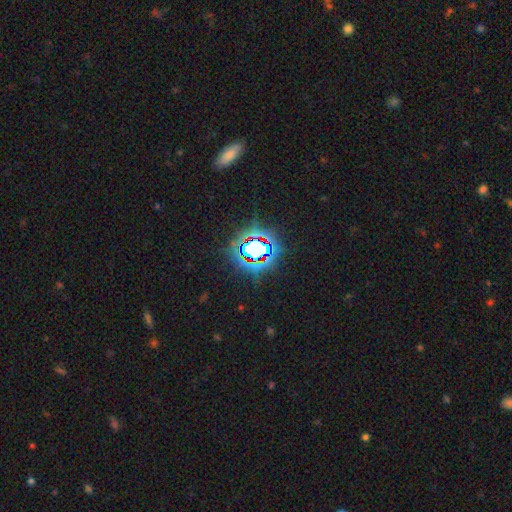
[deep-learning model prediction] The model was most divided on "smooth or featured": star or artifact: 78%, smooth: 14%, featured or disk: 8%.